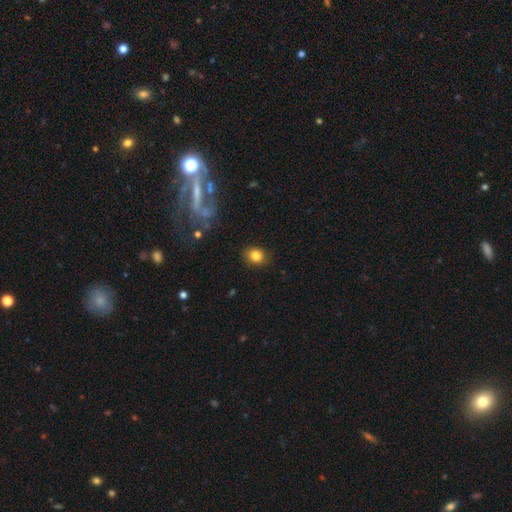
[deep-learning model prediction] Smooth or featured? smooth (83%)
How rounded? round (62%)
Merging? none (87%)